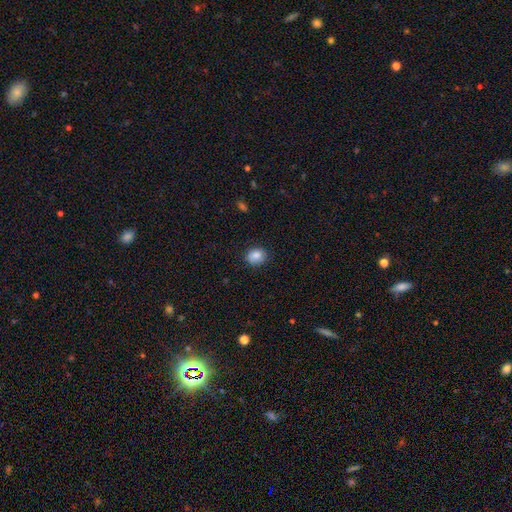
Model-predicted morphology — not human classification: Q: Smooth or featured?
A: smooth (85%); runner-up: star or artifact (9%)
Q: How rounded?
A: round (54%); runner-up: in between (45%)
Q: Merging?
A: none (81%); runner-up: minor disturbance (15%)